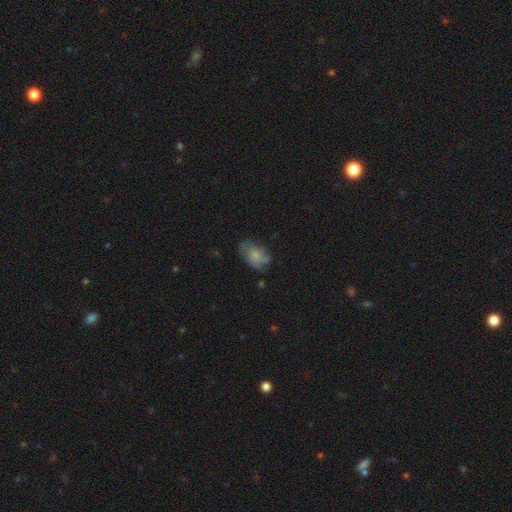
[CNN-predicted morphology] type=smooth (69%); roundness=in between (87%); merging=none (56%).